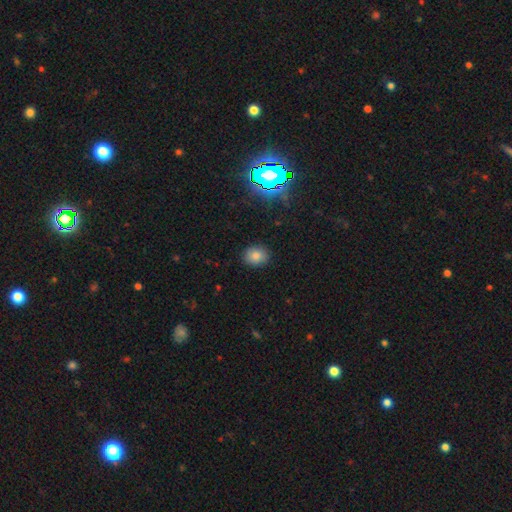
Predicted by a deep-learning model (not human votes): A smooth galaxy with no disk features (79%) that is round (59%). Merging: none (88%).